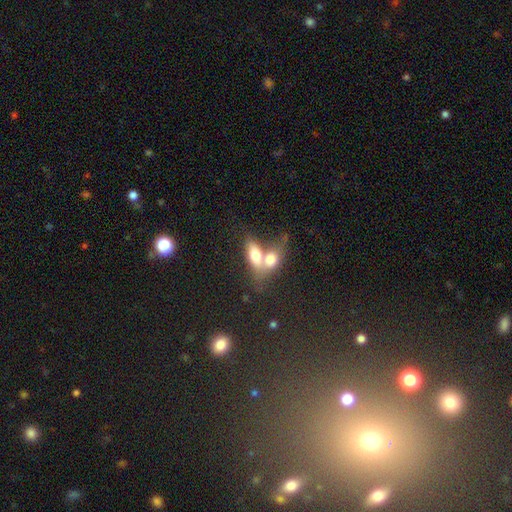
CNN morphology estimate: Q: Smooth or featured?
A: smooth (69%); runner-up: featured or disk (23%)
Q: How rounded?
A: in between (76%); runner-up: cigar-shaped (12%)
Q: Merging?
A: merger (73%); runner-up: none (16%)